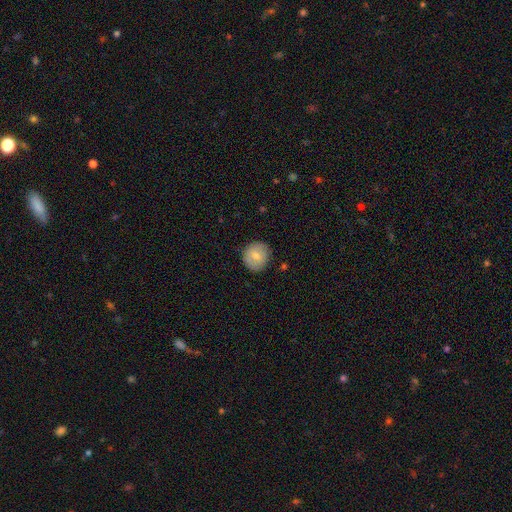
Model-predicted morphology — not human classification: smooth 74%, featured or disk 18%, star or artifact 8%. Down the decision tree: how rounded — round (87%); merging — none (87%).